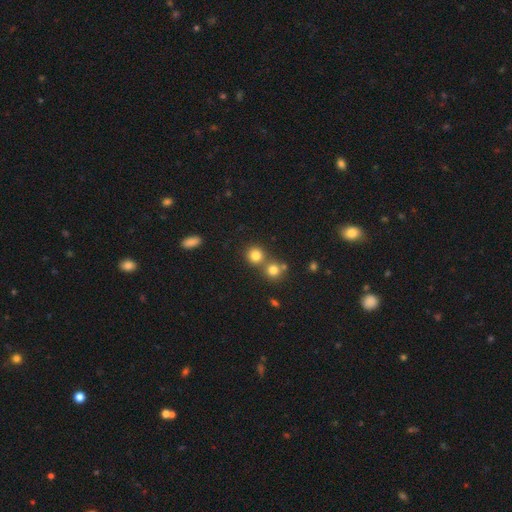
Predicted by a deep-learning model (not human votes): Smooth or featured? smooth (80%)
How rounded? round (88%)
Merging? none (61%)